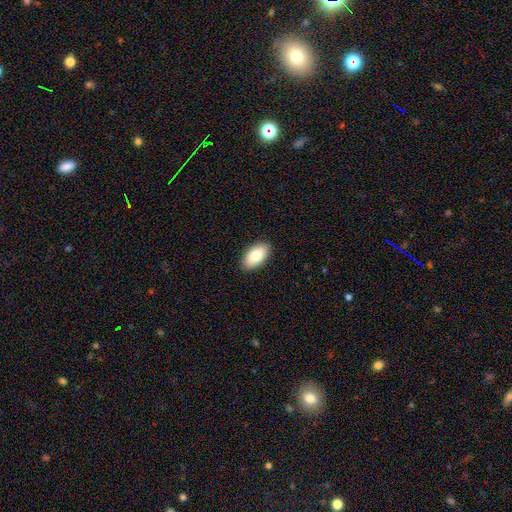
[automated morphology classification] Smooth or featured? smooth (81%)
How rounded? in between (95%)
Merging? none (89%)